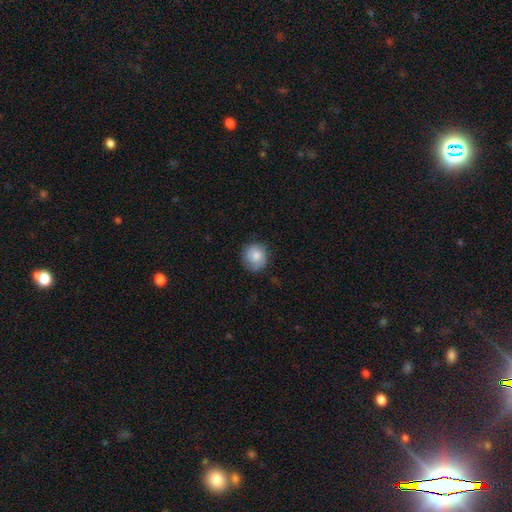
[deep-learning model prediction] Overall: smooth (76%). How rounded: round (86%). Merging: none (74%).